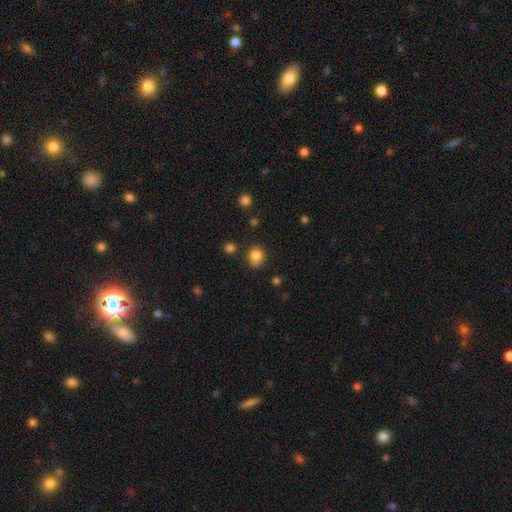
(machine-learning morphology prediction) Smooth or featured: smooth — 83% (star or artifact — 12%)
How rounded: round — 79% (in between — 21%)
Merging: none — 74% (minor disturbance — 17%)